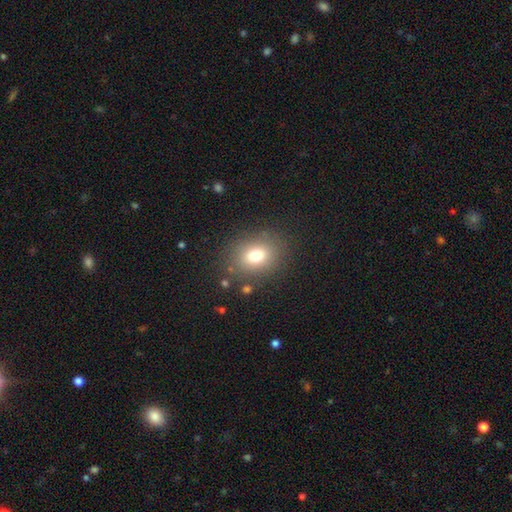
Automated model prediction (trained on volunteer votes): Morphology: type=smooth (75%); roundness=in between (55%); merging=none (83%).